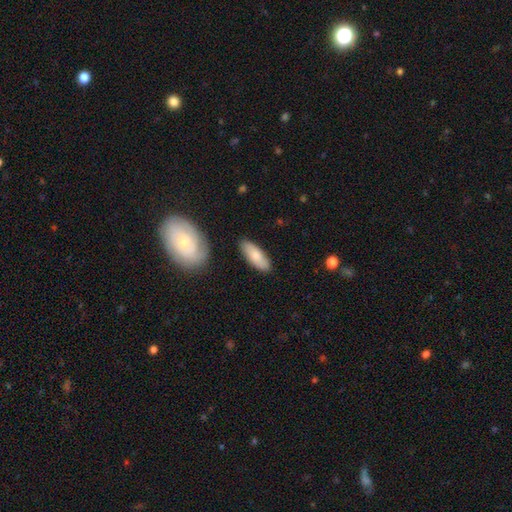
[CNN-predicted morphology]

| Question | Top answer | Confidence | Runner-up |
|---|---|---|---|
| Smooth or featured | smooth | 77% | featured or disk (17%) |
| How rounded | in between | 71% | cigar-shaped (27%) |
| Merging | none | 83% | minor disturbance (12%) |